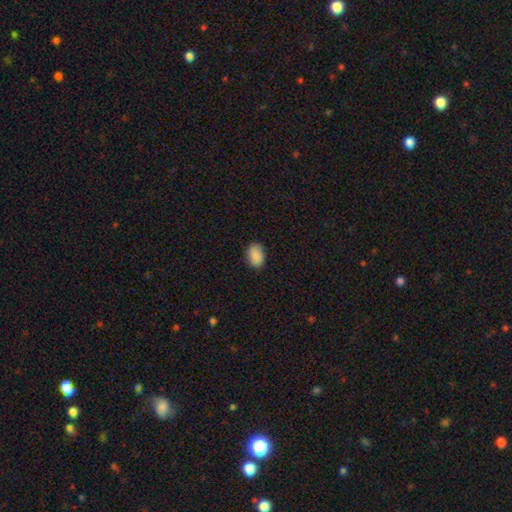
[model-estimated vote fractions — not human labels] Overall: smooth (89%). How rounded: in between (84%). Merging: none (87%).